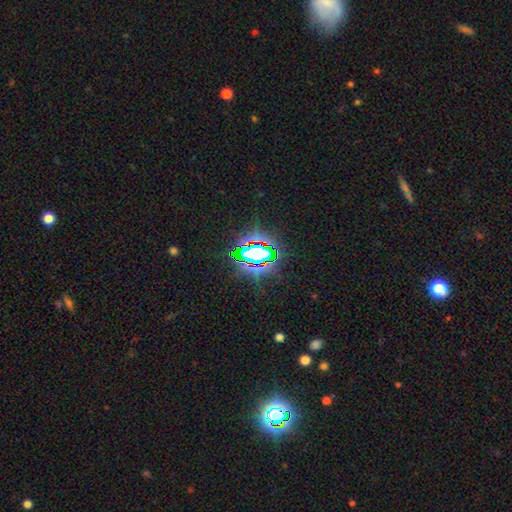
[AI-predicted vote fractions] A star or artifact, not a galaxy (72%).

Vote fractions:
- Smooth or featured? star or artifact: 72% / smooth: 16% / featured or disk: 12%